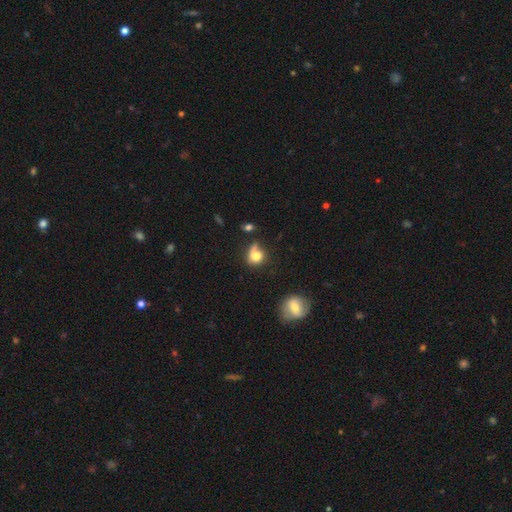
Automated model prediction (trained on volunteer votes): This is likely a smooth galaxy (73%). How rounded: likely round (67%). Merging: marginally none (40%).